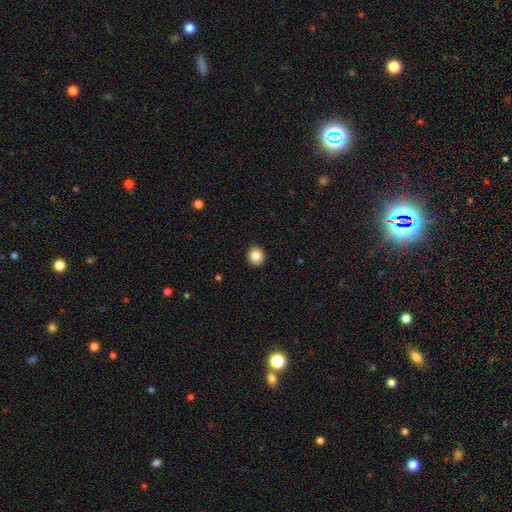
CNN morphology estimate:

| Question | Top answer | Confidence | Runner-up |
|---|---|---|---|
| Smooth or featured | smooth | 85% | star or artifact (9%) |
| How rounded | round | 83% | in between (16%) |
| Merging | none | 93% | minor disturbance (5%) |